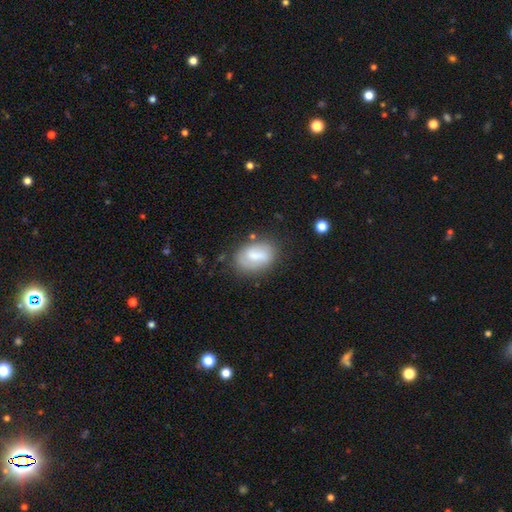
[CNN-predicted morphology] This is likely a smooth galaxy (63%). How rounded: clearly in between (83%). Merging: likely none (67%).